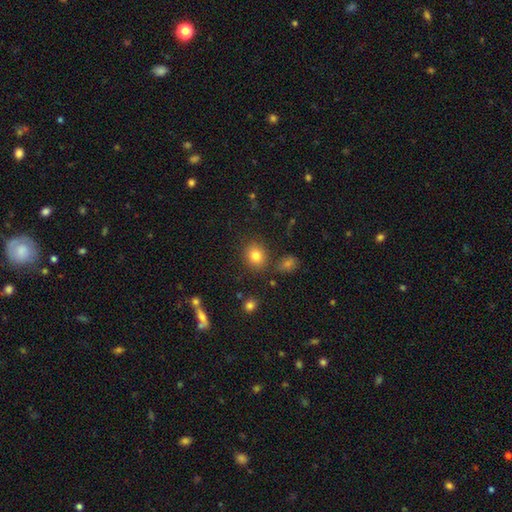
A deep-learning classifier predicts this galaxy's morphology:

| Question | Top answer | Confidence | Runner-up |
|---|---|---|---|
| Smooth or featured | smooth | 81% | star or artifact (12%) |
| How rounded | round | 68% | in between (31%) |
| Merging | none | 80% | minor disturbance (10%) |